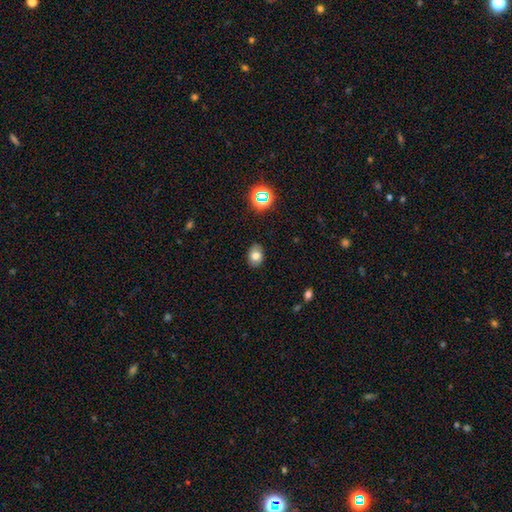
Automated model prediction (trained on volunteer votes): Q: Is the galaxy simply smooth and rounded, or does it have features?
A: smooth — 76%.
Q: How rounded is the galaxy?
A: in between — 72%.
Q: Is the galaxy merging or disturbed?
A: none — 86%.